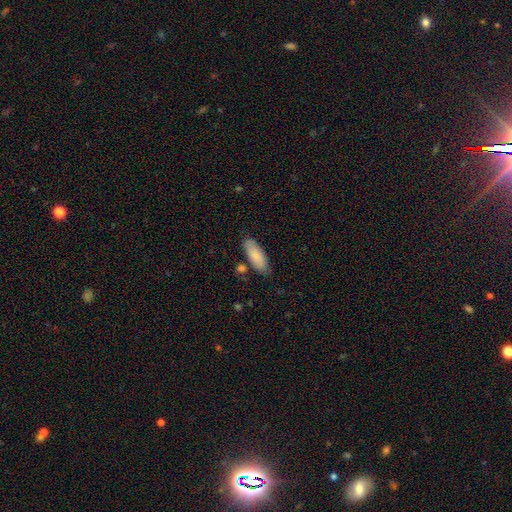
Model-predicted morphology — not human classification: A smooth galaxy with no disk features (84%) that is in between round and cigar-shaped (74%). Merging: none (78%).